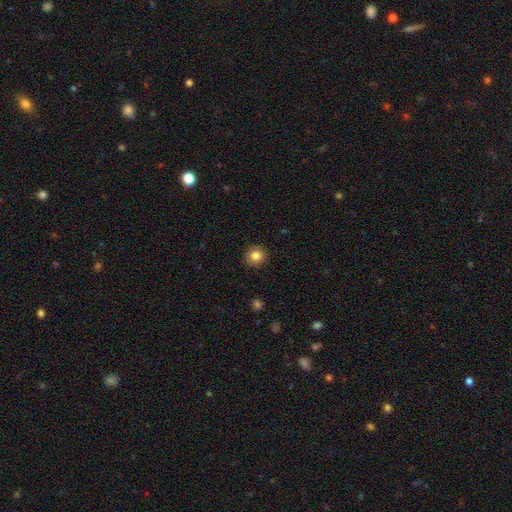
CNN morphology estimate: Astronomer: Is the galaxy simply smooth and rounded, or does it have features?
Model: smooth — 83%.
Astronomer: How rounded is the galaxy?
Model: round — 91%.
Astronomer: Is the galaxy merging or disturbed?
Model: none — 91%.